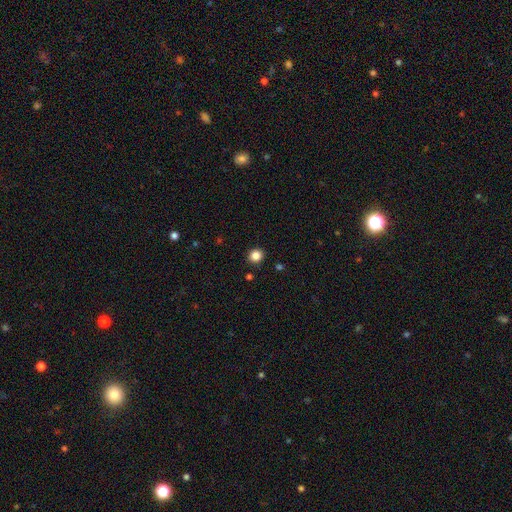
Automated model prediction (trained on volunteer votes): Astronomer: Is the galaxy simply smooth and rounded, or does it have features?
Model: smooth — 85%.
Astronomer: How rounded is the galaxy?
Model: round — 86%.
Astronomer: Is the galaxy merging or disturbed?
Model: none — 91%.